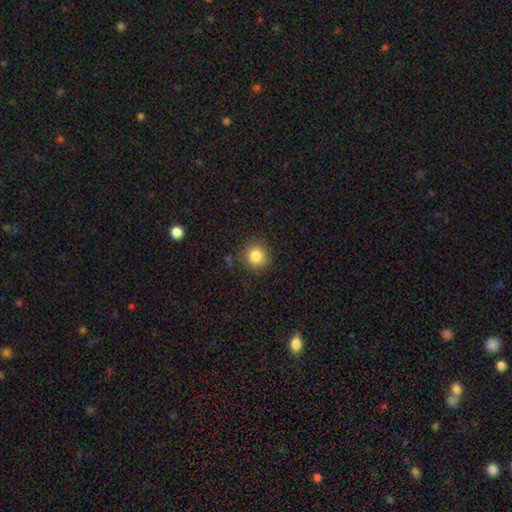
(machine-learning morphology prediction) Overall: smooth (84%). How rounded: round (91%). Merging: none (87%).